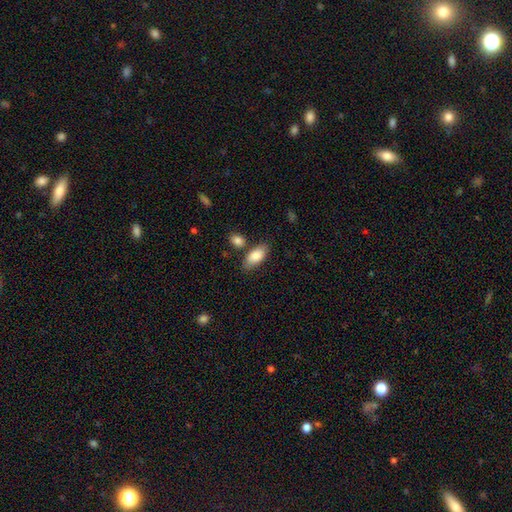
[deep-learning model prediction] Q: Smooth or featured?
A: smooth (84%); runner-up: featured or disk (10%)
Q: How rounded?
A: in between (89%); runner-up: cigar-shaped (9%)
Q: Merging?
A: none (73%); runner-up: minor disturbance (15%)